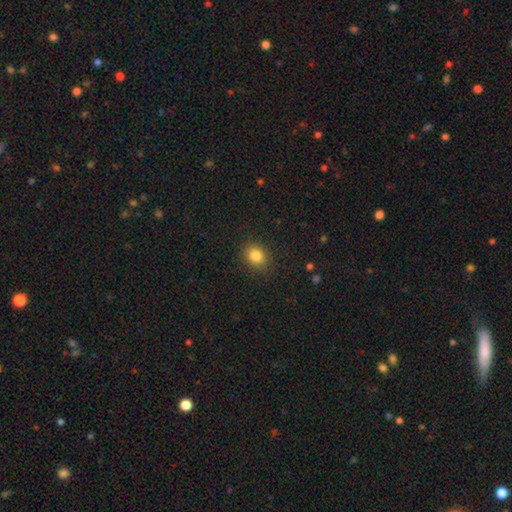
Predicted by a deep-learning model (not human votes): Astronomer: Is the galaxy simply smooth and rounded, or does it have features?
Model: smooth — 84%.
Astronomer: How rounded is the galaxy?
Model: round — 57% (runner-up: in between, 42%).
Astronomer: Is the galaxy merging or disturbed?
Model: none — 88%.